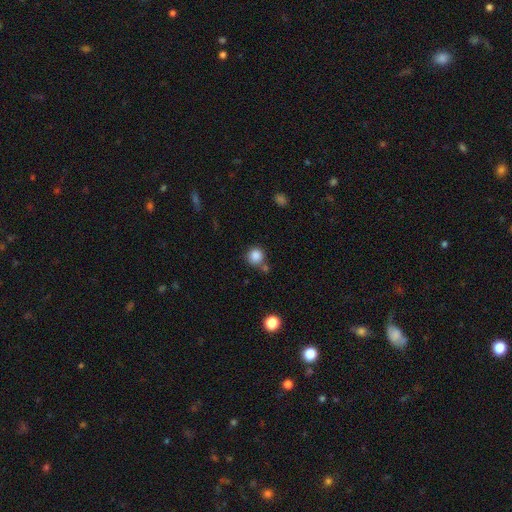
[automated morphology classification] A smooth galaxy with no disk features (86%) that is round (92%). Merging: none (70%).